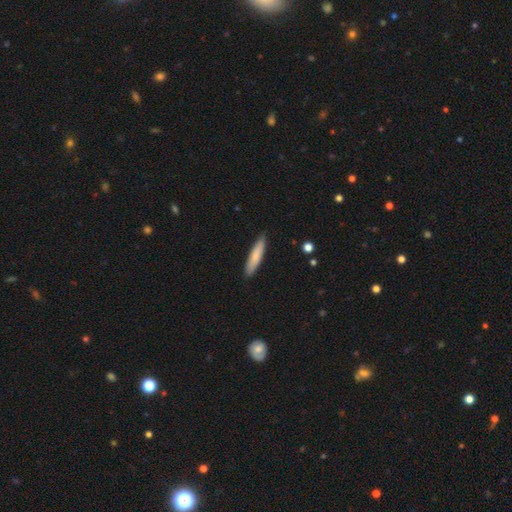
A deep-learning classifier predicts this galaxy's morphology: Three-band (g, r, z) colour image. It shows a smooth galaxy with no disk features (80%) that is cigar-shaped (80%). Merging: none (87%).